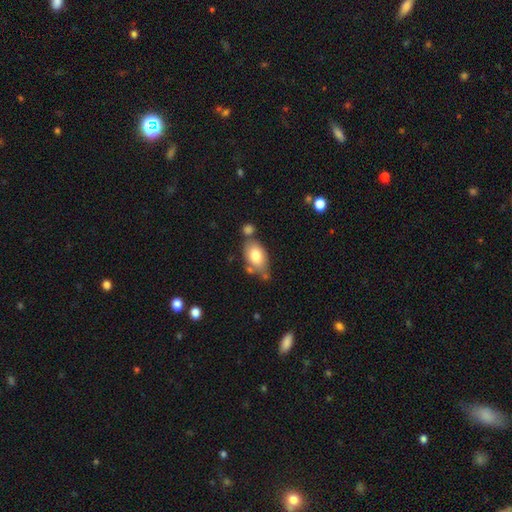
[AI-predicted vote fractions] smooth-or-featured: smooth: 78% | featured or disk: 15% | star or artifact: 7%
  how-rounded: in between: 89% | round: 9% | cigar-shaped: 2%
  merging: none: 56% | minor disturbance: 20% | merger: 19% | major disturbance: 5%